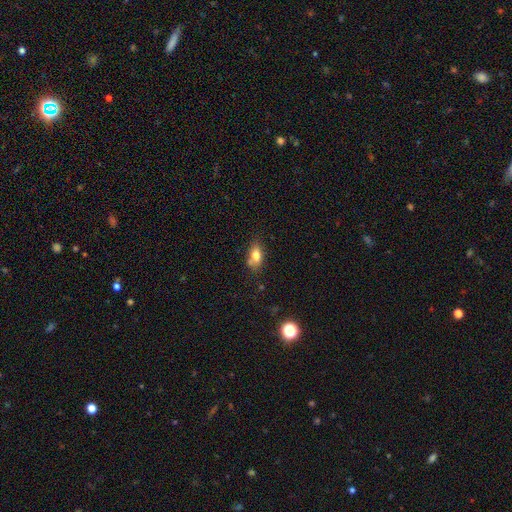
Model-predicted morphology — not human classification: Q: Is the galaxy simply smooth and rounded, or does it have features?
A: smooth — 76%.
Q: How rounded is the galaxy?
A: in between — 83%.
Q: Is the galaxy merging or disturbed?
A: none — 60%.